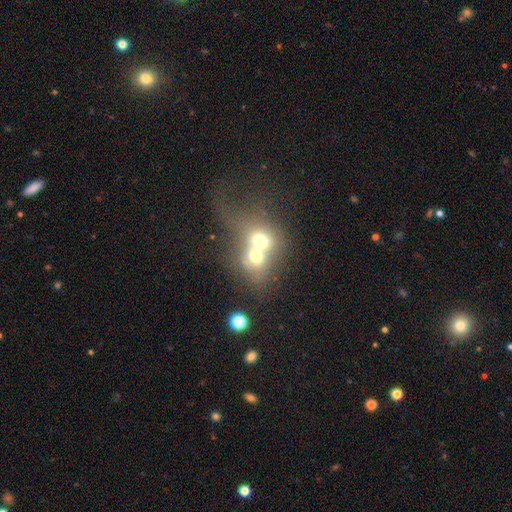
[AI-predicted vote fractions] A smooth galaxy with no disk features (62%) that is round (59%).

Vote fractions:
- Smooth or featured? smooth: 62% / featured or disk: 25% / star or artifact: 13%
- How rounded? round: 59% / in between: 39% / cigar-shaped: 1%
- Merging? merger: 75% / none: 14% / major disturbance: 6% / minor disturbance: 5%